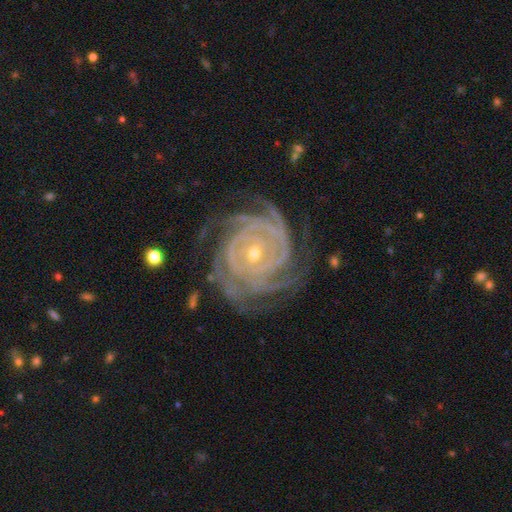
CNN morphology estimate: smooth_or_featured: featured or disk (p=0.92) [alt: star or artifact p=0.05]
disk_edge_on: no (p=0.98) [alt: yes p=0.02]
bar: no (p=0.67) [alt: weak p=0.21]
has_spiral_arms: yes (p=0.99) [alt: no p=0.01]
spiral_winding: tight (p=0.85) [alt: medium p=0.13]
spiral_arm_count: 4 (p=0.30) [alt: 3 p=0.21]
bulge_size: small (p=0.64) [alt: moderate p=0.34]
merging: none (p=0.76) [alt: minor disturbance p=0.16]